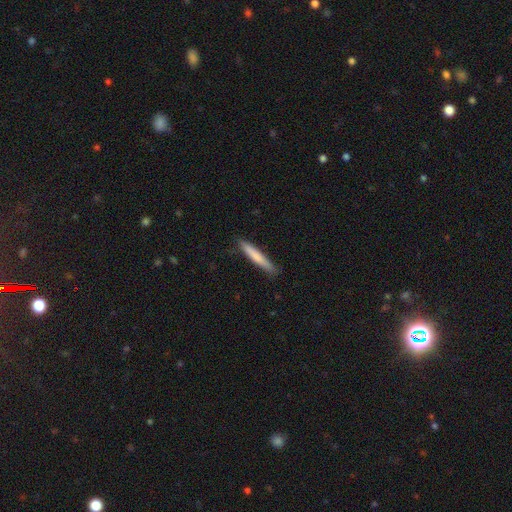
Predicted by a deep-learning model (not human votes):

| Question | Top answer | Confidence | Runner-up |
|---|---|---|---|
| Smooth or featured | smooth | 76% | featured or disk (19%) |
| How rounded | cigar-shaped | 94% | in between (5%) |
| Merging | none | 86% | minor disturbance (11%) |